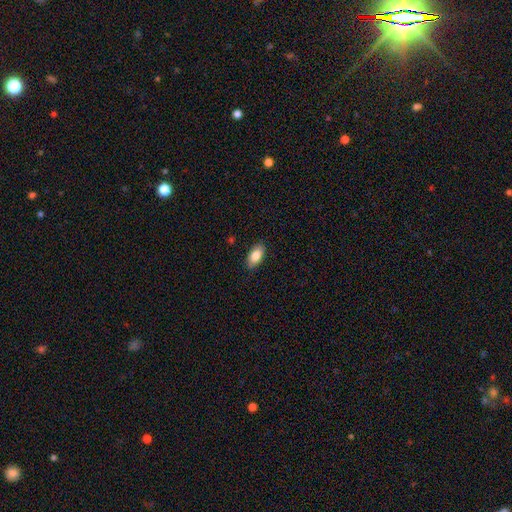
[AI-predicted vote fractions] Smooth or featured? Predicted: smooth (p=0.84). How rounded? Predicted: in between (p=0.93). Merging? Predicted: none (p=0.88).